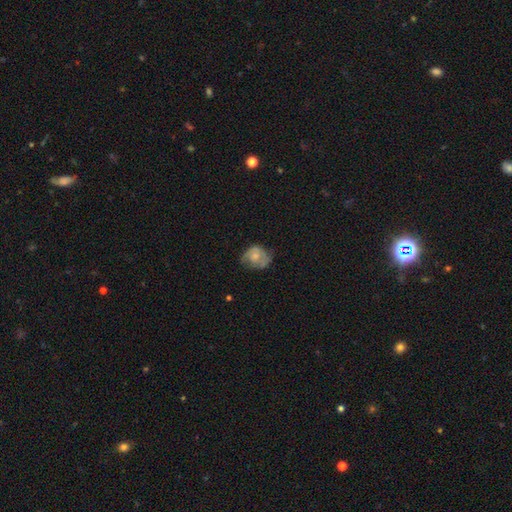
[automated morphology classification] Q: Smooth or featured?
A: smooth (47%); runner-up: featured or disk (46%)
Q: Merging?
A: none (47%); runner-up: minor disturbance (33%)